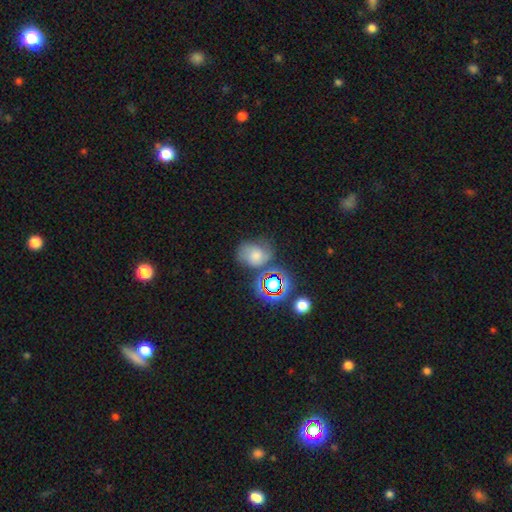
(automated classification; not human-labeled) smooth-or-featured: smooth: 42% | star or artifact: 29% | featured or disk: 28%
  merging: none: 51% | minor disturbance: 24% | major disturbance: 13% | merger: 11%